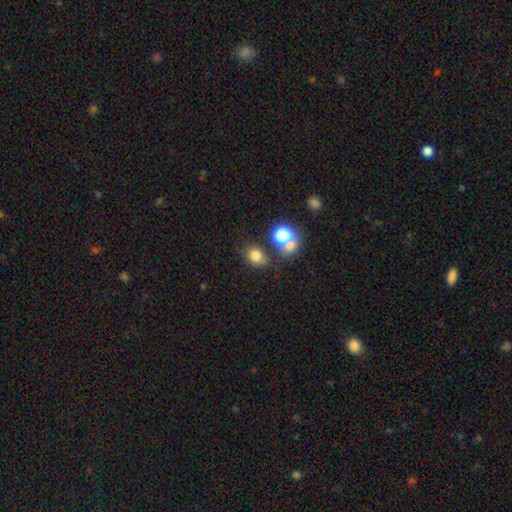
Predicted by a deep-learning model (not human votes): A smooth galaxy with no disk features (75%) that is round (57%).

Vote fractions:
- Smooth or featured? smooth: 75% / star or artifact: 17% / featured or disk: 8%
- How rounded? round: 57% / in between: 42% / cigar-shaped: 1%
- Merging? none: 68% / minor disturbance: 14% / merger: 13% / major disturbance: 5%